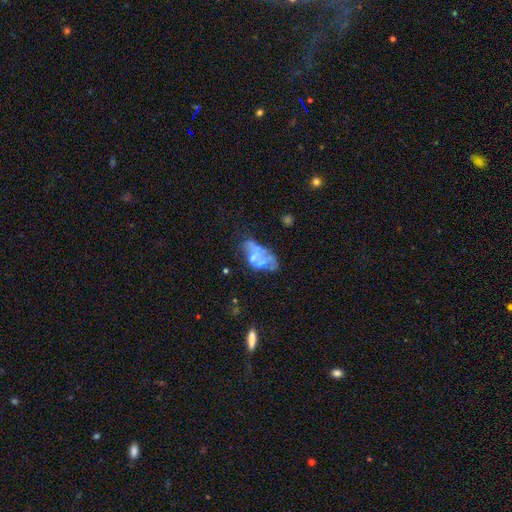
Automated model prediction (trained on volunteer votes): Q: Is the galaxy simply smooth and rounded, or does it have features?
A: featured or disk — 61%.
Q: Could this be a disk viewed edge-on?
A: no — 97%.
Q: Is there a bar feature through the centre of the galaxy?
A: no — 87%.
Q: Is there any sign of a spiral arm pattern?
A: no — 92%.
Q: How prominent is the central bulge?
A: none — 44%.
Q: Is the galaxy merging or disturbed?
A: merger — 34%.